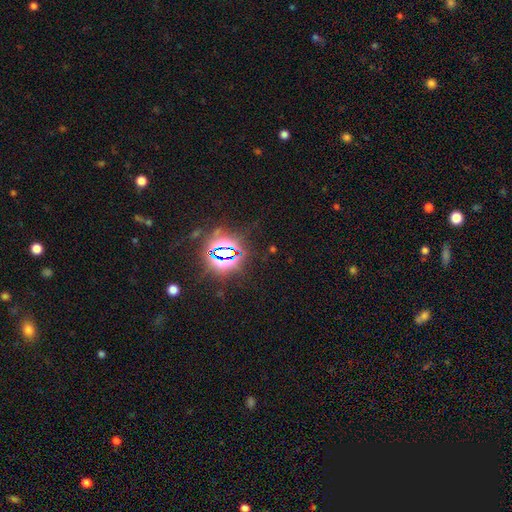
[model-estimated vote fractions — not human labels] star or artifact 83%, smooth 10%, featured or disk 7%.